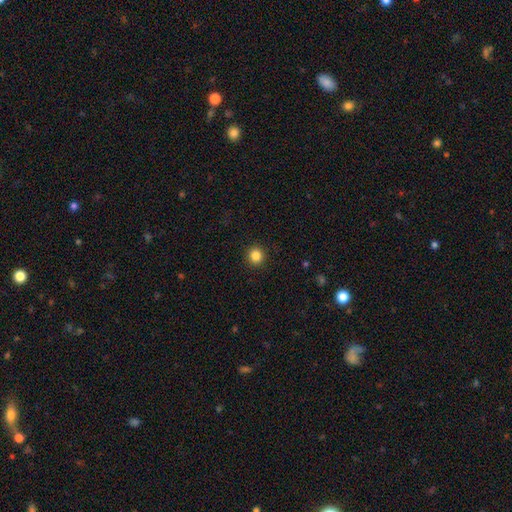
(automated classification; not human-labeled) A smooth galaxy with no disk features (85%) that is round (94%).

Vote fractions:
- Smooth or featured? smooth: 85% / star or artifact: 11% / featured or disk: 4%
- How rounded? round: 94% / in between: 5% / cigar-shaped: 1%
- Merging? none: 93% / minor disturbance: 4% / major disturbance: 2% / merger: 1%